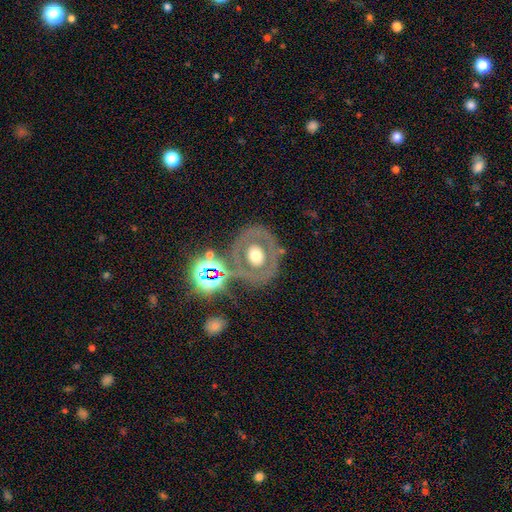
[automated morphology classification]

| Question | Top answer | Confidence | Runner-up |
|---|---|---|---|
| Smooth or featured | featured or disk | 56% | smooth (32%) |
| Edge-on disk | no | 94% | yes (6%) |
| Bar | no | 87% | weak (8%) |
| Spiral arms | no | 84% | yes (16%) |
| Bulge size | moderate | 57% | large (30%) |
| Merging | none | 69% | minor disturbance (14%) |